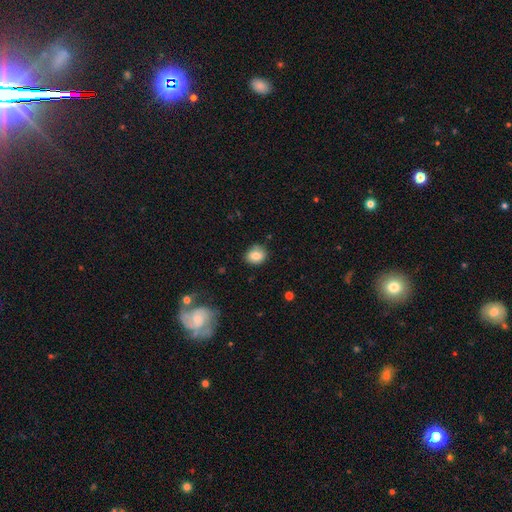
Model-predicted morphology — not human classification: A smooth galaxy with no disk features (81%) that is round (60%).

Vote fractions:
- Smooth or featured? smooth: 81% / featured or disk: 10% / star or artifact: 9%
- How rounded? round: 60% / in between: 39% / cigar-shaped: 1%
- Merging? none: 78% / minor disturbance: 17% / major disturbance: 3% / merger: 2%